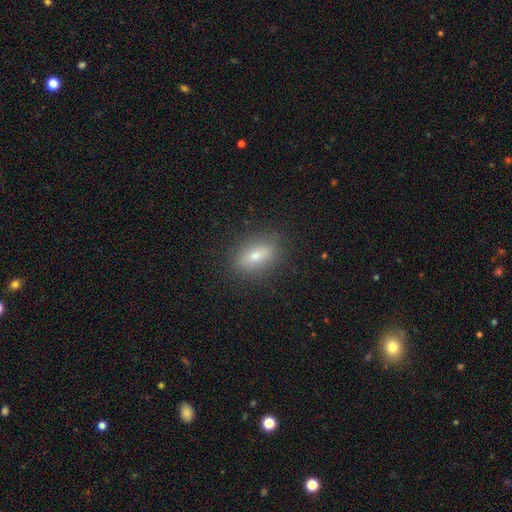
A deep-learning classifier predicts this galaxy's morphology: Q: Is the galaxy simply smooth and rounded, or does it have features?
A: smooth — 61%.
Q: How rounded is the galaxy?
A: in between — 69%.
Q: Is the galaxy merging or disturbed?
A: none — 87%.